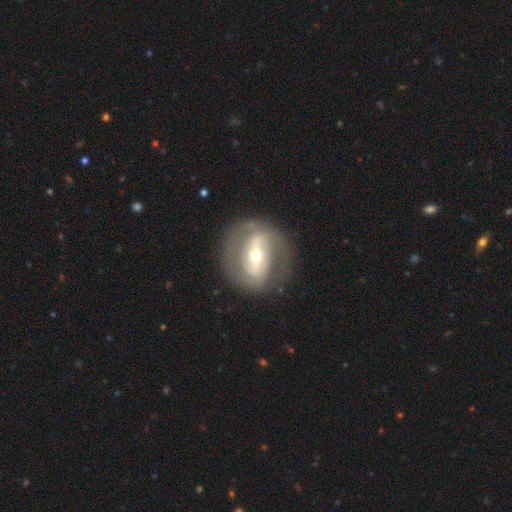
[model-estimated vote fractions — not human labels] Morphology: type=featured or disk (75%); edge-on=no (92%); bar=strong (54%); spiral arms=yes (60%); bulge=moderate (52%); merging=none (76%).